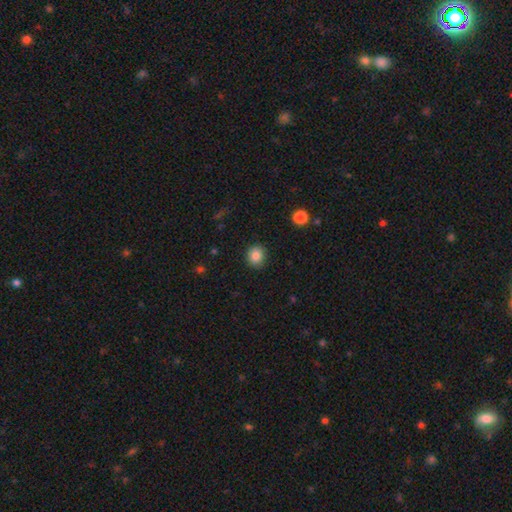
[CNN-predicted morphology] Smooth or featured: smooth — 85% (star or artifact — 10%)
How rounded: round — 83% (in between — 16%)
Merging: none — 90% (minor disturbance — 6%)